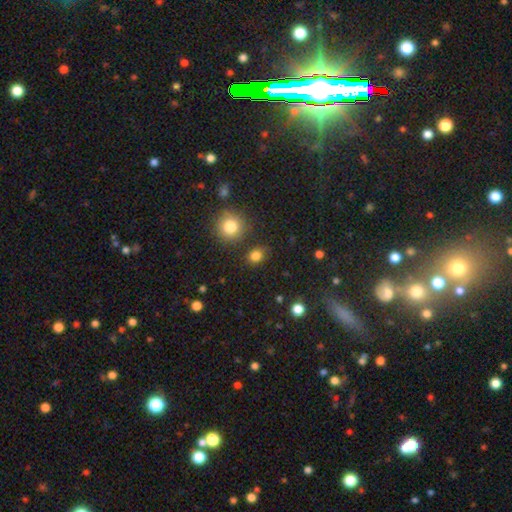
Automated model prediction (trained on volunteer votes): smooth-or-featured: smooth: 83% | star or artifact: 13% | featured or disk: 4%
  how-rounded: round: 58% | in between: 41% | cigar-shaped: 1%
  merging: none: 83% | minor disturbance: 10% | merger: 4% | major disturbance: 3%